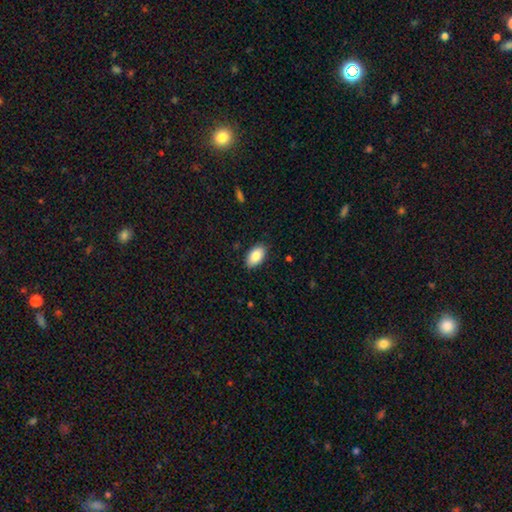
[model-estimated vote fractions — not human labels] Smooth or featured: smooth — 86% (featured or disk — 7%)
How rounded: in between — 94% (round — 4%)
Merging: none — 86% (minor disturbance — 11%)